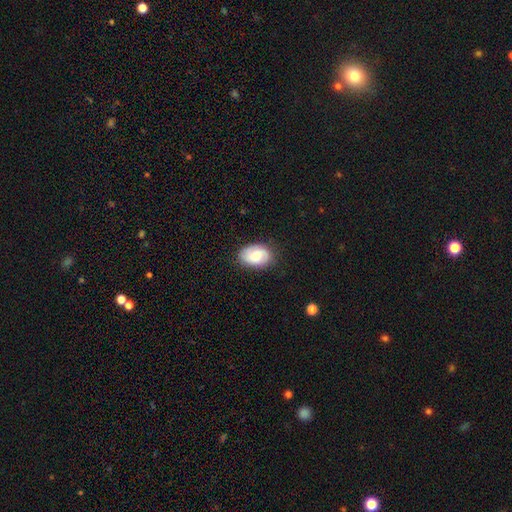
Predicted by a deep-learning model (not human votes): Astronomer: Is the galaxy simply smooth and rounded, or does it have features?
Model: smooth — 57% (runner-up: featured or disk, 36%).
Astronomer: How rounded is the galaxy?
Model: in between — 83%.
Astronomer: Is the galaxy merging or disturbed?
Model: none — 81%.